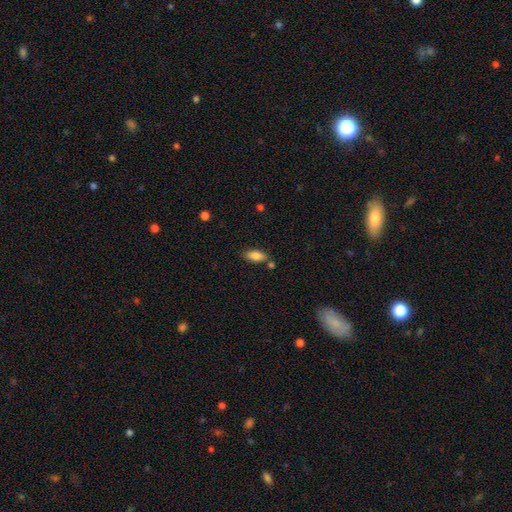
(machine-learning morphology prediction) Smooth or featured?
  - smooth: 84% *
  - featured or disk: 8%
  - star or artifact: 7%
How rounded?
  - in between: 86% *
  - cigar-shaped: 11%
  - round: 2%
Merging?
  - none: 74% *
  - minor disturbance: 14%
  - merger: 9%
  - major disturbance: 3%